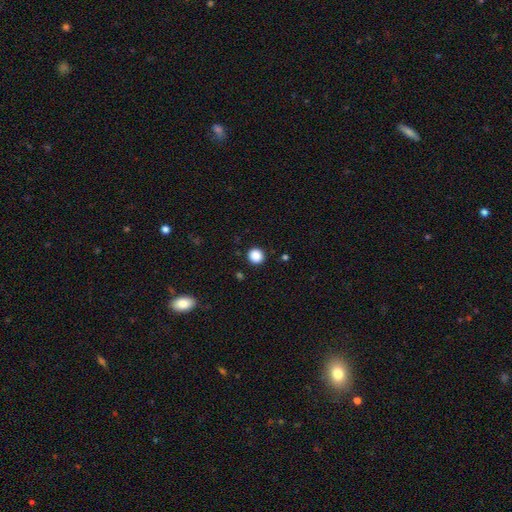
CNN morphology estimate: A smooth galaxy with no disk features (88%) that is round (92%). Merging: none (92%).